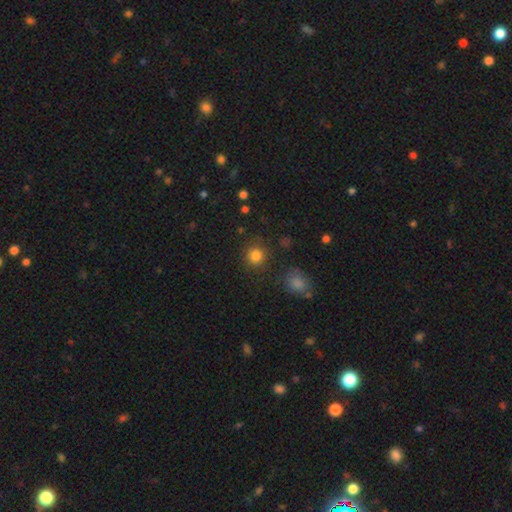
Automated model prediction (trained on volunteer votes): A smooth galaxy with no disk features (82%) that is round (92%).

Vote fractions:
- Smooth or featured? smooth: 82% / star or artifact: 12% / featured or disk: 5%
- How rounded? round: 92% / in between: 7% / cigar-shaped: 1%
- Merging? none: 85% / minor disturbance: 8% / merger: 3% / major disturbance: 3%